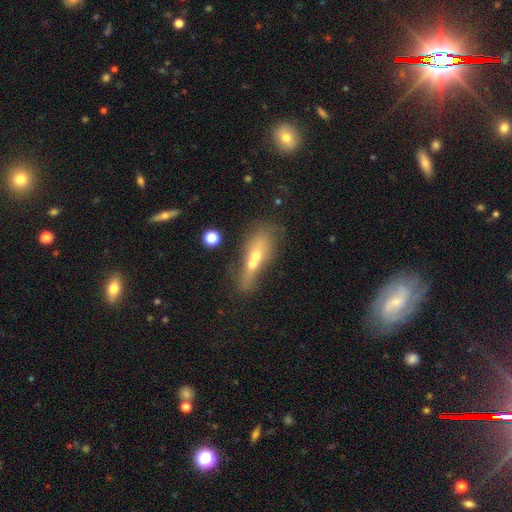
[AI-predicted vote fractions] A featured or disk galaxy (47%).

Vote fractions:
- Smooth or featured? featured or disk: 47% / smooth: 38% / star or artifact: 15%
- Merging? none: 52% / minor disturbance: 20% / merger: 17% / major disturbance: 10%